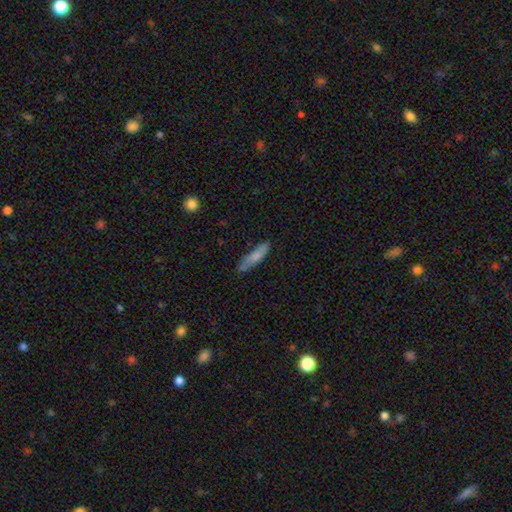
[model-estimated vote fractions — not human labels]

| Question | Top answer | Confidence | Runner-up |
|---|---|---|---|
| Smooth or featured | smooth | 75% | featured or disk (18%) |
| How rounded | cigar-shaped | 74% | in between (24%) |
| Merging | none | 74% | minor disturbance (19%) |